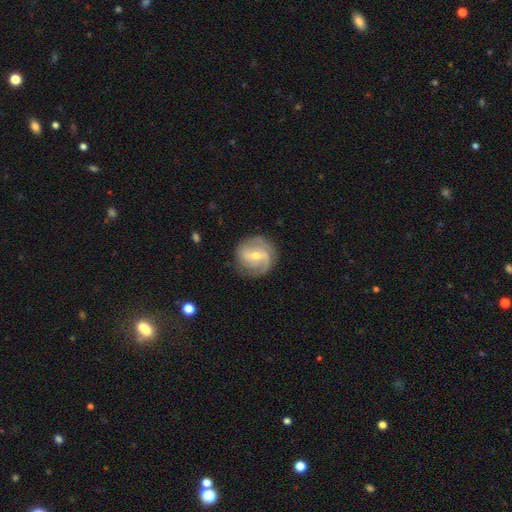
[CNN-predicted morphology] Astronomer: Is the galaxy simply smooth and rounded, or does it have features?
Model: featured or disk — 82%.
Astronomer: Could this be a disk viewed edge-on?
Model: no — 97%.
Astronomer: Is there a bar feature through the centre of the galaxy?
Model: weak — 48% (runner-up: strong, 26%).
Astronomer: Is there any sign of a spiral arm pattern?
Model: yes — 94%.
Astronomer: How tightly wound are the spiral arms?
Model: medium — 43% (runner-up: tight, 34%).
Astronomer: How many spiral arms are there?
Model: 2 — 63%.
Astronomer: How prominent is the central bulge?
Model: small — 51% (runner-up: moderate, 46%).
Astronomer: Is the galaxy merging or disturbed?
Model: none — 80%.